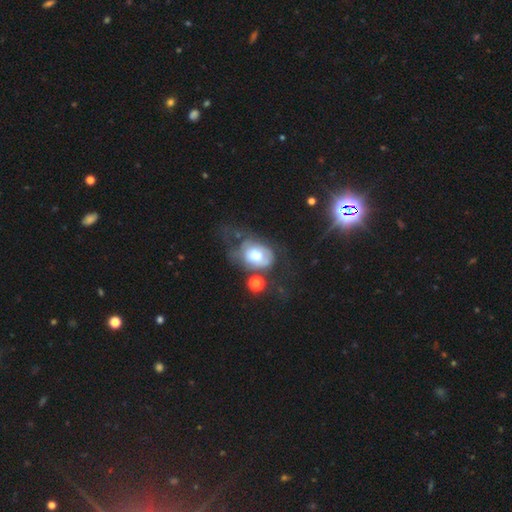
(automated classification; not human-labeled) Smooth or featured? smooth (47%)
Merging? major disturbance (41%)